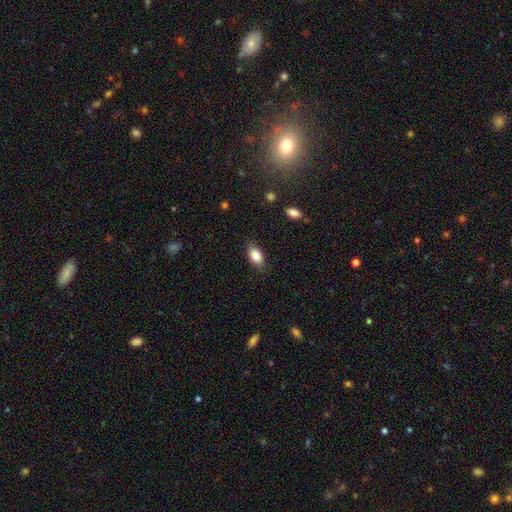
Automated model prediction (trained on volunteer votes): Overall: smooth (86%). How rounded: in between (90%). Merging: none (84%).